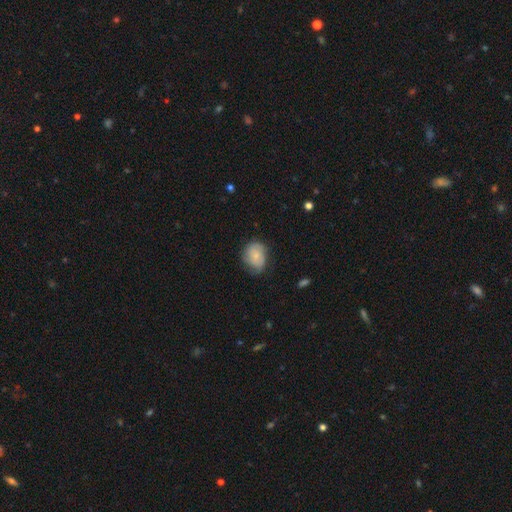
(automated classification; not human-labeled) Smooth or featured? Predicted: smooth (p=0.74). How rounded? Predicted: in between (p=0.50). Merging? Predicted: none (p=0.55).